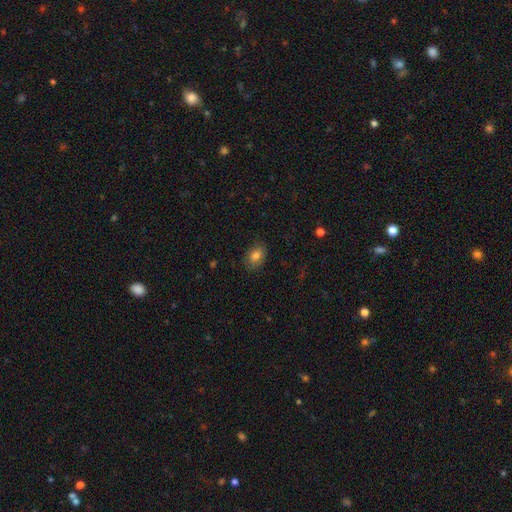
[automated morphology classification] Smooth or featured? Predicted: smooth (p=0.80). How rounded? Predicted: in between (p=0.76). Merging? Predicted: none (p=0.82).